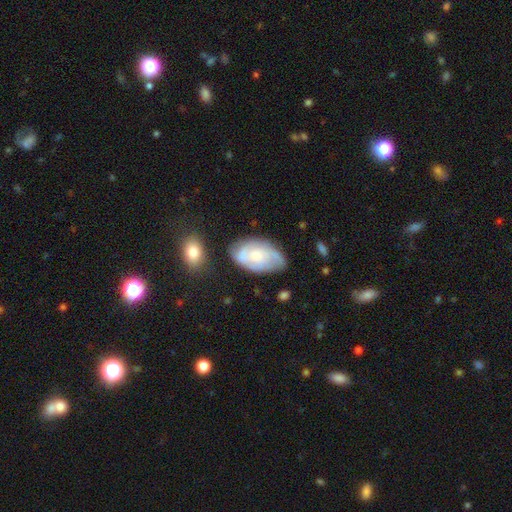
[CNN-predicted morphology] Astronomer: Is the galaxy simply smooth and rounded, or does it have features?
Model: featured or disk — 62%.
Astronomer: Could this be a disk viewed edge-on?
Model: no — 96%.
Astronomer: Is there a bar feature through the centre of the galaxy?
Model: no — 72%.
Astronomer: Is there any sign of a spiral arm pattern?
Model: yes — 83%.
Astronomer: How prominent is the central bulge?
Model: small — 40% (runner-up: moderate, 38%).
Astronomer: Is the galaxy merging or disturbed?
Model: none — 59%.